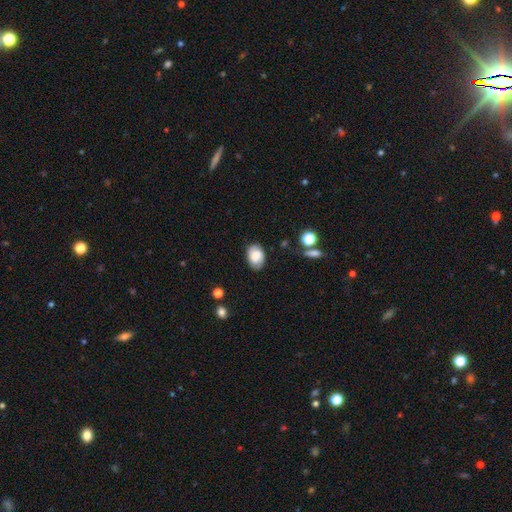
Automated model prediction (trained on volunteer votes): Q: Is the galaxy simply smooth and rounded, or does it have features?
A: smooth — 74%.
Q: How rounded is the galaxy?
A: in between — 83%.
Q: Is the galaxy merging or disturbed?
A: none — 76%.